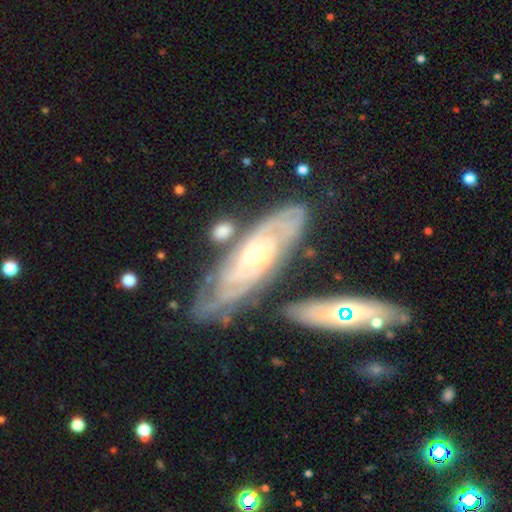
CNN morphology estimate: type=featured or disk (84%); edge-on=no (86%); bar=no (67%); spiral arms=yes (91%); winding=tight (75%); arm count=can't tell (52%); bulge=moderate (53%); merging=none (69%).